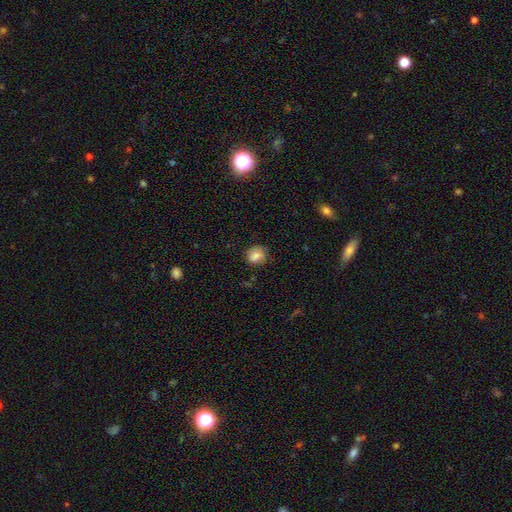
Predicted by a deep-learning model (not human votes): Smooth or featured? smooth (80%)
How rounded? round (70%)
Merging? none (75%)